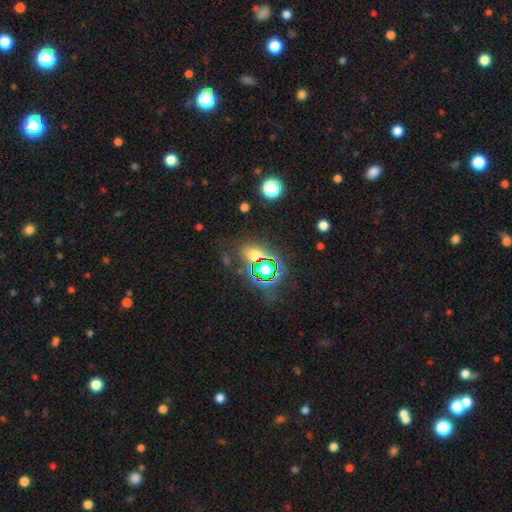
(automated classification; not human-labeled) star or artifact 47%, smooth 43%, featured or disk 10%.